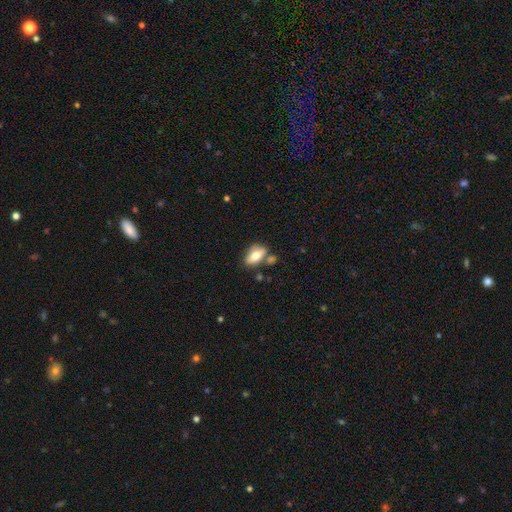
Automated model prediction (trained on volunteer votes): smooth 69%, featured or disk 23%, star or artifact 7%. Down the decision tree: how rounded — in between (86%); merging — none (56%).